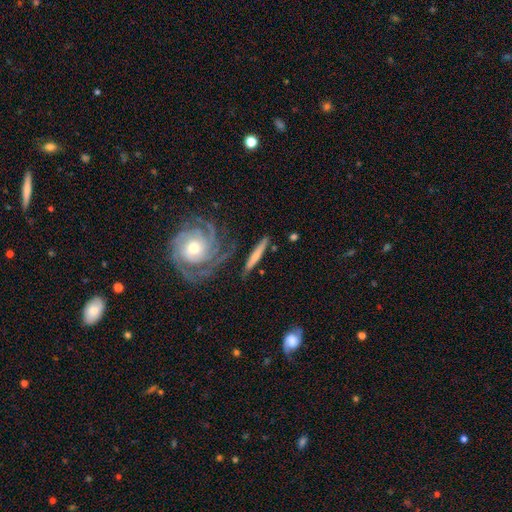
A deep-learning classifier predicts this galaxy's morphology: Smooth or featured?
  - featured or disk: 54% *
  - smooth: 40%
  - star or artifact: 6%
Edge-on disk?
  - yes: 65% *
  - no: 35%
Merging?
  - none: 79% *
  - minor disturbance: 12%
  - merger: 5%
  - major disturbance: 4%